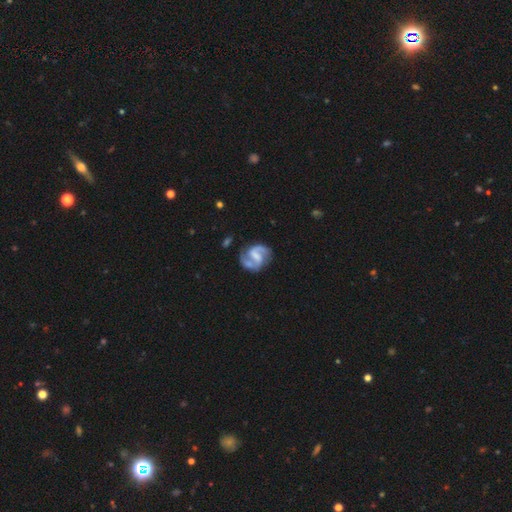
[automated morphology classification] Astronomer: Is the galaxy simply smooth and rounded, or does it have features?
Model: featured or disk — 88%.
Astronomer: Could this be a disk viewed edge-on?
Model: no — 98%.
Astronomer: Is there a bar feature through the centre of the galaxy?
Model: weak — 46% (runner-up: strong, 35%).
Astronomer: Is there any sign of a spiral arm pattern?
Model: yes — 96%.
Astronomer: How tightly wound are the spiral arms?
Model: medium — 56%.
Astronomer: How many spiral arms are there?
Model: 2 — 92%.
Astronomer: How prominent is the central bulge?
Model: none — 38% (runner-up: small, 33%).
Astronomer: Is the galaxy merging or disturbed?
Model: none — 71%.